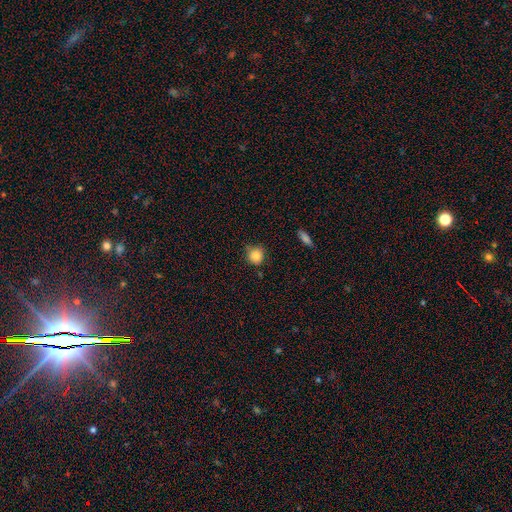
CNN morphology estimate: smooth 85%, star or artifact 10%, featured or disk 5%. Down the decision tree: how rounded — round (90%); merging — none (80%).